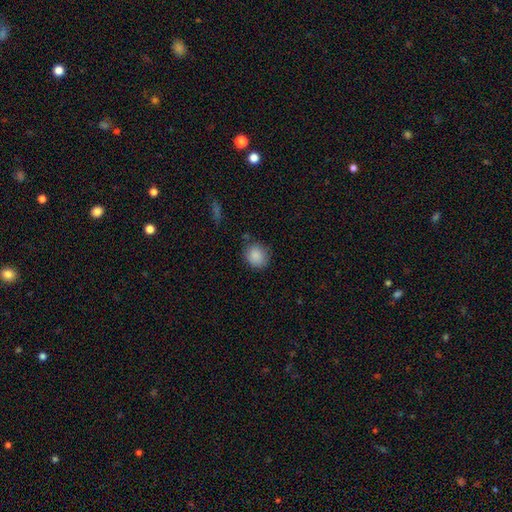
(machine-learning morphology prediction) Smooth or featured?
  - smooth: 87% *
  - star or artifact: 8%
  - featured or disk: 4%
How rounded?
  - round: 75% *
  - in between: 25%
  - cigar-shaped: 1%
Merging?
  - none: 77% *
  - minor disturbance: 17%
  - major disturbance: 4%
  - merger: 3%